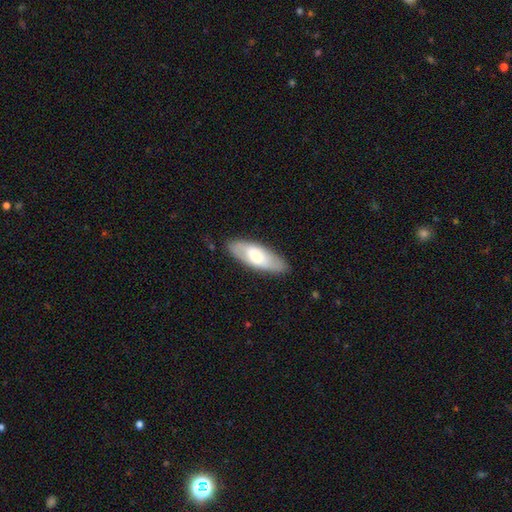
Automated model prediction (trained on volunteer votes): Smooth or featured: smooth — 63% (featured or disk — 32%)
How rounded: in between — 69% (cigar-shaped — 29%)
Merging: none — 85% (minor disturbance — 11%)